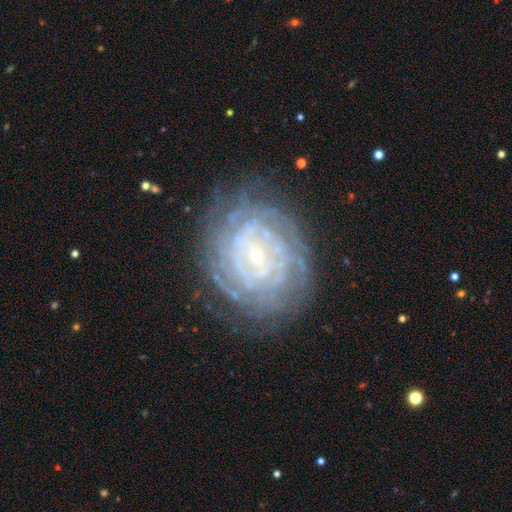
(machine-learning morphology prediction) type=featured or disk (83%); edge-on=no (97%); bar=no (51%); spiral arms=yes (91%); winding=tight (81%); arm count=can't tell (44%); bulge=small (83%); merging=none (76%).